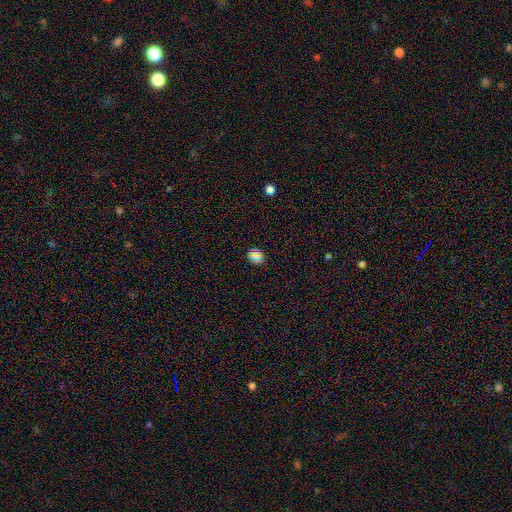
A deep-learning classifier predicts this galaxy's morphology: type=smooth (49%); merging=none (85%).